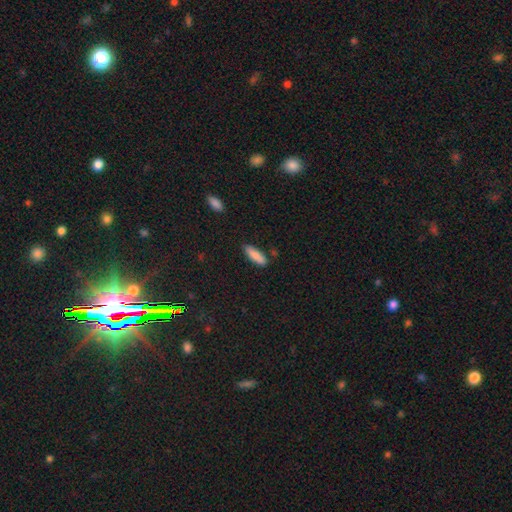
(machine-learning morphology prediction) A smooth galaxy with no disk features (86%) that is in between round and cigar-shaped (50%).

Vote fractions:
- Smooth or featured? smooth: 86% / featured or disk: 8% / star or artifact: 7%
- How rounded? in between: 50% / cigar-shaped: 49% / round: 2%
- Merging? none: 82% / minor disturbance: 12% / merger: 3% / major disturbance: 2%